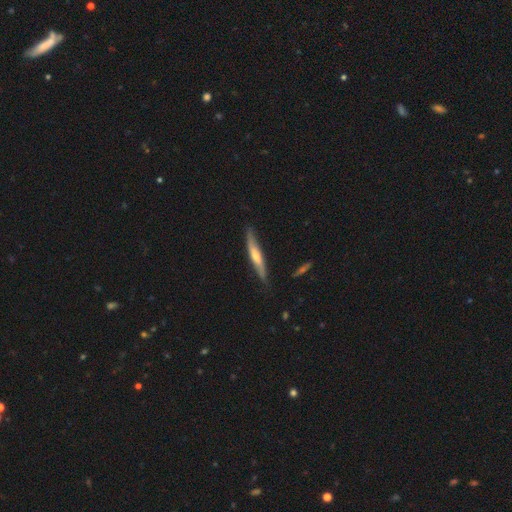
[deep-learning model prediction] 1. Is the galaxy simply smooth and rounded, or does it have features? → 59% featured or disk, 35% smooth, 6% star or artifact.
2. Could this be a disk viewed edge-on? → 86% yes, 14% no.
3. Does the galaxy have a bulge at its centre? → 75% rounded, 19% none, 5% boxy.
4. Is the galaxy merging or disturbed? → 80% none, 16% minor disturbance, 3% major disturbance, 2% merger.